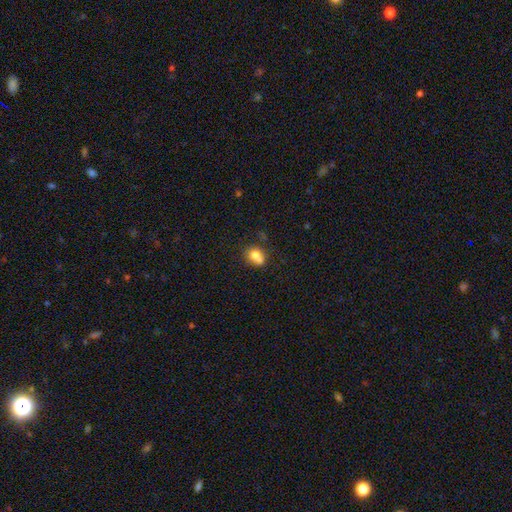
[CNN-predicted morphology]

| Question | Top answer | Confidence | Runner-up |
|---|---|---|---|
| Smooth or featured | smooth | 74% | featured or disk (15%) |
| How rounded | round | 55% | in between (44%) |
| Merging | none | 41% | merger (36%) |